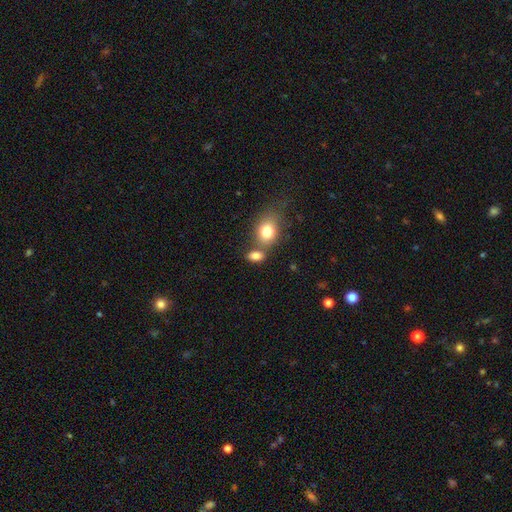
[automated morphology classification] Smooth or featured? Predicted: smooth (p=0.81). How rounded? Predicted: in between (p=0.76). Merging? Predicted: none (p=0.50).